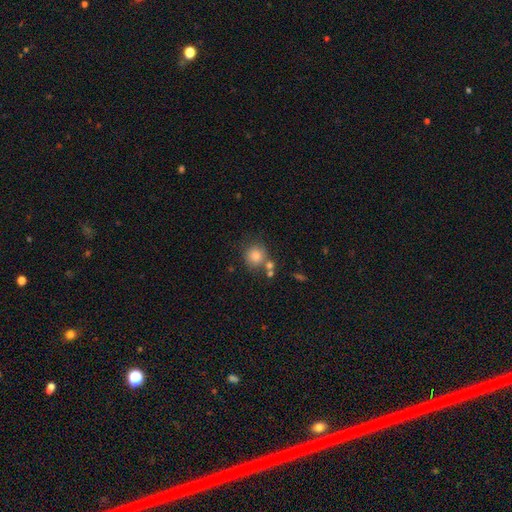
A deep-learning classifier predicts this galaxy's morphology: Smooth or featured?
  - smooth: 81% *
  - star or artifact: 11%
  - featured or disk: 8%
How rounded?
  - round: 89% *
  - in between: 10%
  - cigar-shaped: 1%
Merging?
  - none: 69% *
  - merger: 15%
  - minor disturbance: 13%
  - major disturbance: 4%